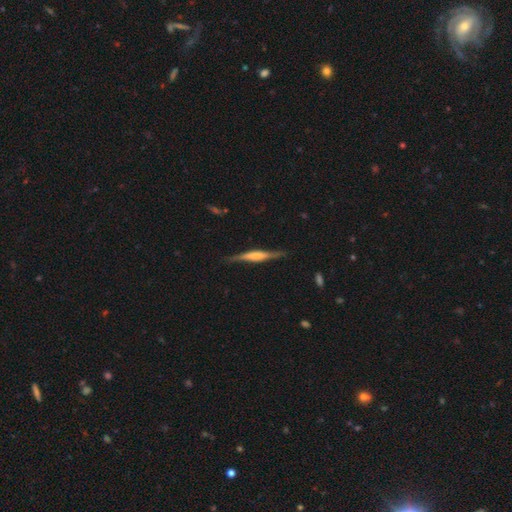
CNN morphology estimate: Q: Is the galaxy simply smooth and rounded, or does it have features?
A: featured or disk — 68%.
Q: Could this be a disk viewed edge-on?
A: yes — 96%.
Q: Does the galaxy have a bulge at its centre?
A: boxy — 49%.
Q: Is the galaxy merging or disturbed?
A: none — 84%.